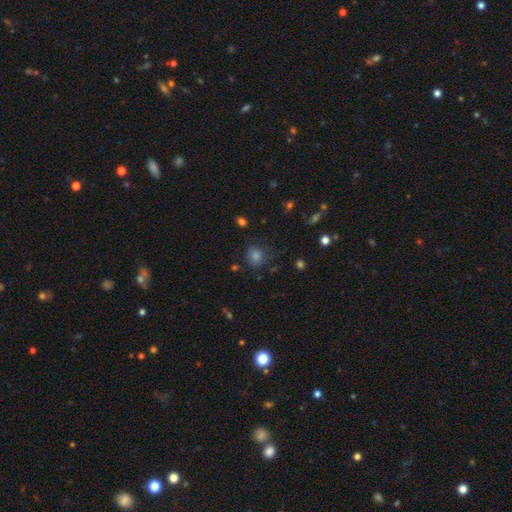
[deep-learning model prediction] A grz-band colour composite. It shows a smooth galaxy with no disk features (67%) that is round (79%). Merging: none (77%).